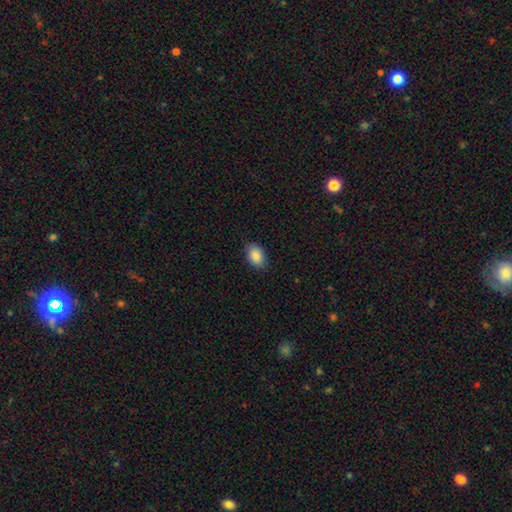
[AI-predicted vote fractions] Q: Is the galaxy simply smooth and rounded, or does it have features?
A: smooth — 89%.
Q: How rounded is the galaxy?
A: in between — 86%.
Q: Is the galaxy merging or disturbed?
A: none — 86%.